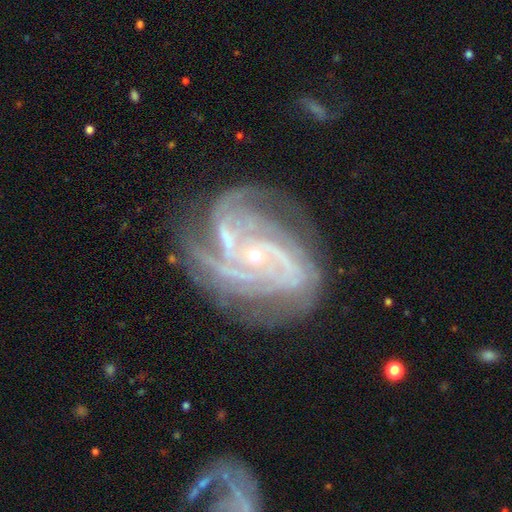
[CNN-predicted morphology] Q: Smooth or featured?
A: featured or disk (90%); runner-up: star or artifact (6%)
Q: Edge-on disk?
A: no (97%); runner-up: yes (3%)
Q: Bar?
A: no (62%); runner-up: weak (25%)
Q: Spiral arms?
A: yes (98%); runner-up: no (2%)
Q: Spiral winding?
A: tight (57%); runner-up: medium (37%)
Q: Spiral arm count?
A: 3 (30%); tied with: 4 (30%)
Q: Bulge size?
A: small (83%); runner-up: moderate (13%)
Q: Merging?
A: none (62%); runner-up: minor disturbance (20%)